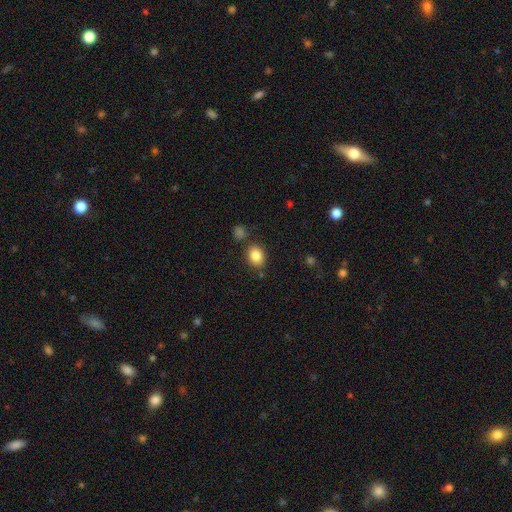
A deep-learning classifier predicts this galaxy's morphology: Smooth or featured: smooth — 85% (star or artifact — 9%)
How rounded: in between — 53% (round — 46%)
Merging: none — 80% (minor disturbance — 11%)